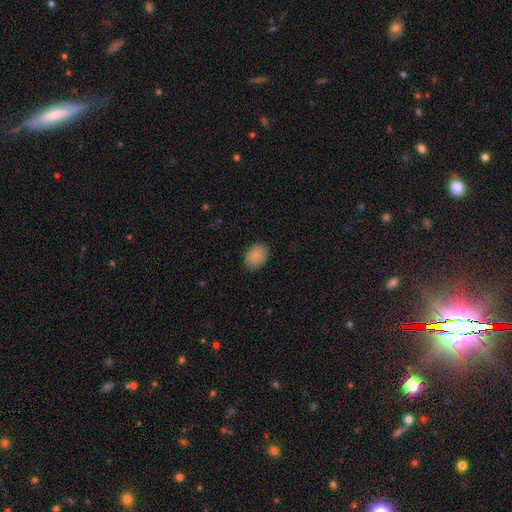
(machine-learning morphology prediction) Overall: smooth (87%). How rounded: in between (66%; round 34%). Merging: none (85%).